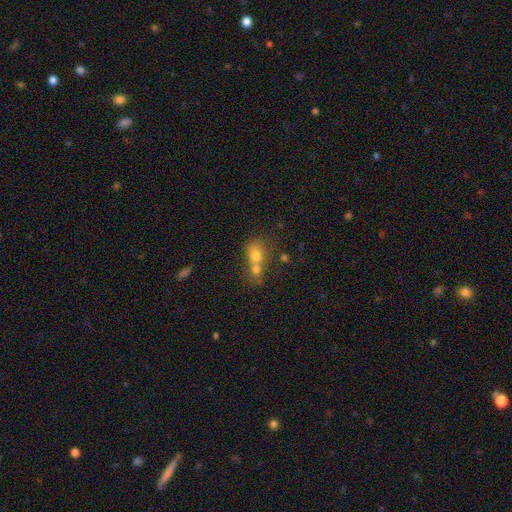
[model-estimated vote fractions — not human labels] A smooth galaxy with no disk features (71%) that is round (58%).

Vote fractions:
- Smooth or featured? smooth: 71% / featured or disk: 18% / star or artifact: 12%
- How rounded? round: 58% / in between: 41% / cigar-shaped: 2%
- Merging? merger: 70% / none: 20% / minor disturbance: 6% / major disturbance: 4%